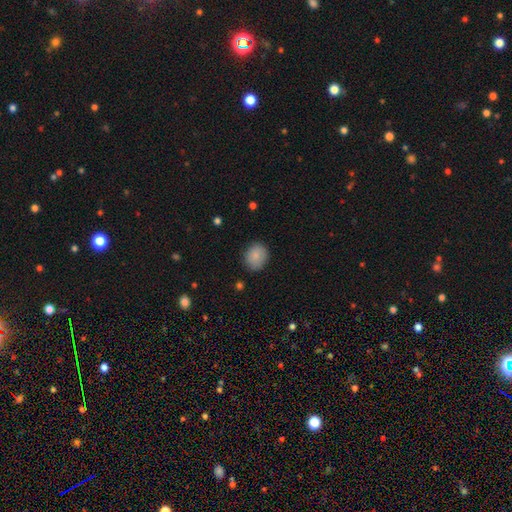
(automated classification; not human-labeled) smooth-or-featured: smooth: 86% | star or artifact: 8% | featured or disk: 6%
  how-rounded: round: 63% | in between: 36% | cigar-shaped: 1%
  merging: none: 83% | minor disturbance: 13% | major disturbance: 3% | merger: 1%